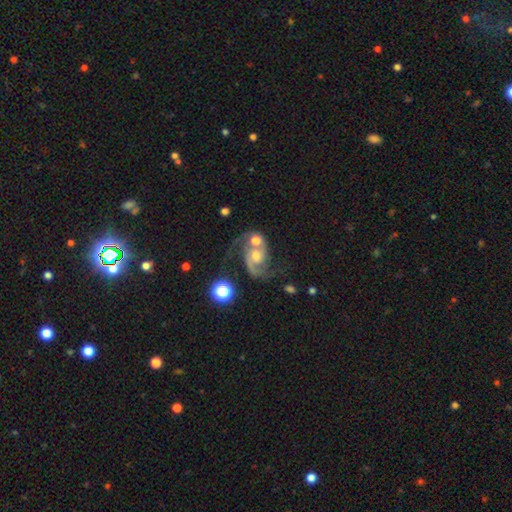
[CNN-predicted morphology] Q: Smooth or featured?
A: featured or disk (84%); runner-up: smooth (8%)
Q: Edge-on disk?
A: no (98%); runner-up: yes (2%)
Q: Bar?
A: no (64%); runner-up: weak (30%)
Q: Spiral arms?
A: yes (96%); runner-up: no (4%)
Q: Spiral winding?
A: medium (49%); runner-up: loose (36%)
Q: Spiral arm count?
A: 2 (86%); runner-up: 1 (7%)
Q: Bulge size?
A: moderate (57%); runner-up: small (29%)
Q: Merging?
A: none (39%); runner-up: merger (31%)